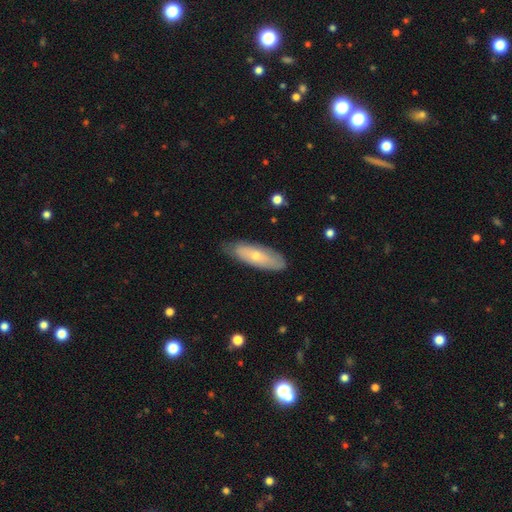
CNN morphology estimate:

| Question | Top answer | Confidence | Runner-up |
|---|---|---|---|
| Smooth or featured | smooth | 52% | featured or disk (41%) |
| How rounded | in between | 54% | cigar-shaped (43%) |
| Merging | none | 79% | minor disturbance (17%) |